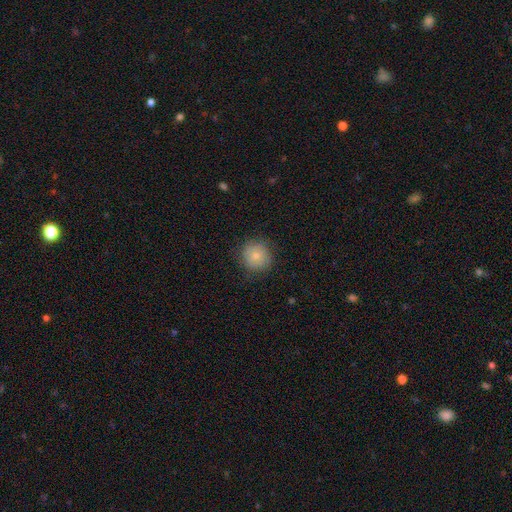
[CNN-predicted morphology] Overall: smooth (80%). How rounded: round (92%). Merging: none (83%).